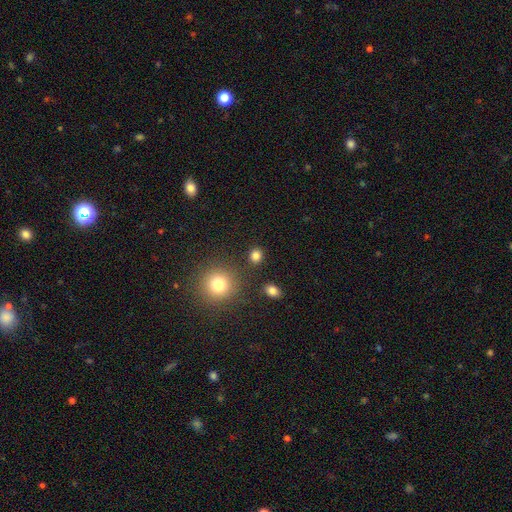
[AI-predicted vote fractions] Smooth or featured?
  - smooth: 82% *
  - star or artifact: 14%
  - featured or disk: 4%
How rounded?
  - round: 73% *
  - in between: 26%
  - cigar-shaped: 1%
Merging?
  - none: 84% *
  - minor disturbance: 8%
  - merger: 5%
  - major disturbance: 3%